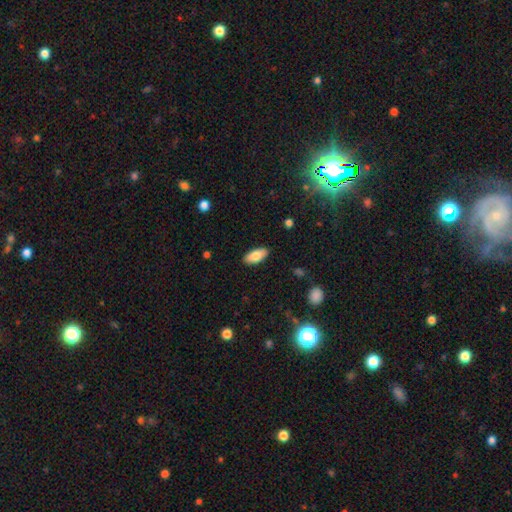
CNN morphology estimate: A smooth galaxy with no disk features (80%) that is in between round and cigar-shaped (88%). Merging: none (88%).